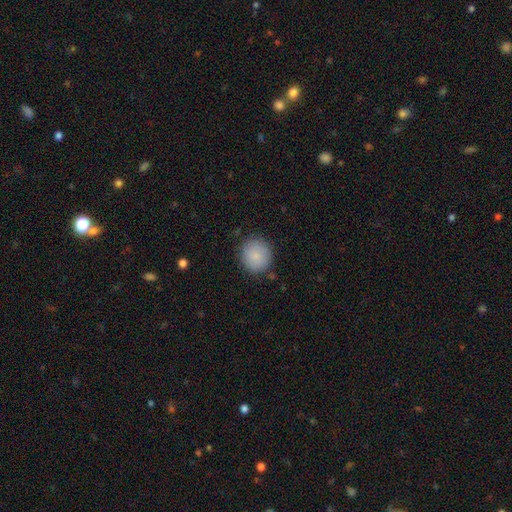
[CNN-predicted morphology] The model was most divided on "how rounded": round: 86%, in between: 13%, cigar-shaped: 1%. More confident: smooth or featured — smooth (87%); merging — none (85%).